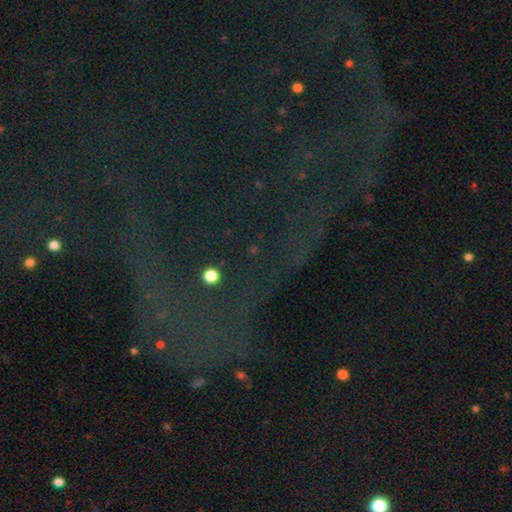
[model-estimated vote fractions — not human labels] smooth_or_featured: star or artifact (p=0.76) [alt: featured or disk p=0.12]